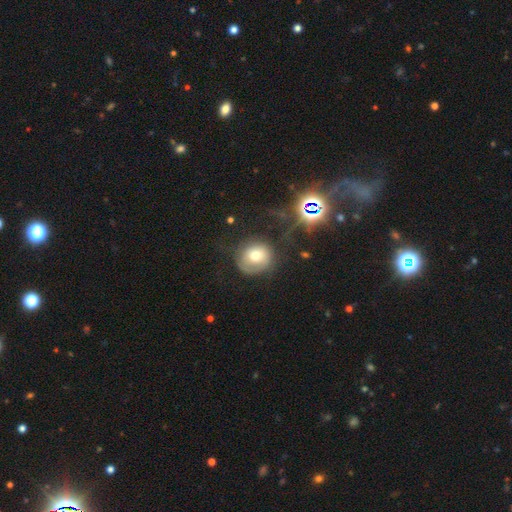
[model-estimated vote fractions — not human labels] Morphology: type=smooth (65%); roundness=round (84%); merging=none (58%).